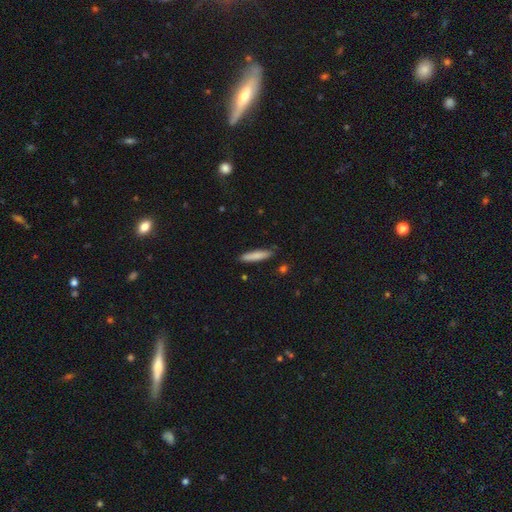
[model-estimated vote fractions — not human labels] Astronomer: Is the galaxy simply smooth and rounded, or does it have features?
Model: smooth — 82%.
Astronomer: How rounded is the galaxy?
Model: cigar-shaped — 86%.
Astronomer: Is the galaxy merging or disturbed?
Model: none — 87%.